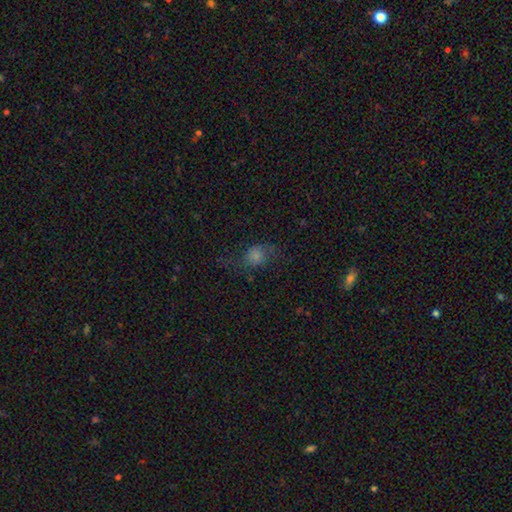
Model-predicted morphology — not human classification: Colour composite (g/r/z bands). It shows a smooth galaxy with no disk features (56%) that is in between round and cigar-shaped (51%). Merging: none (51%).